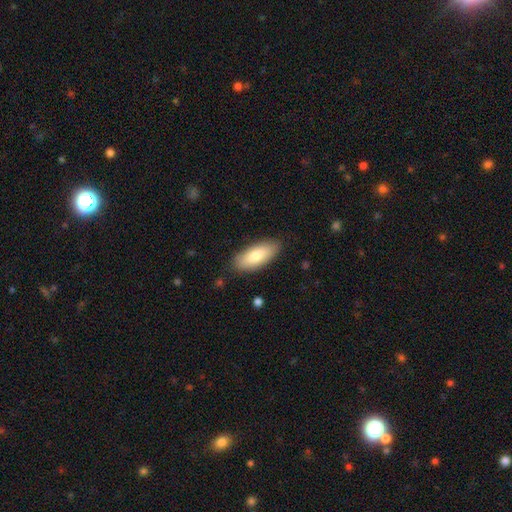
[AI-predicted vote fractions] smooth 79%, featured or disk 15%, star or artifact 6%. Down the decision tree: how rounded — in between (83%); merging — none (86%).